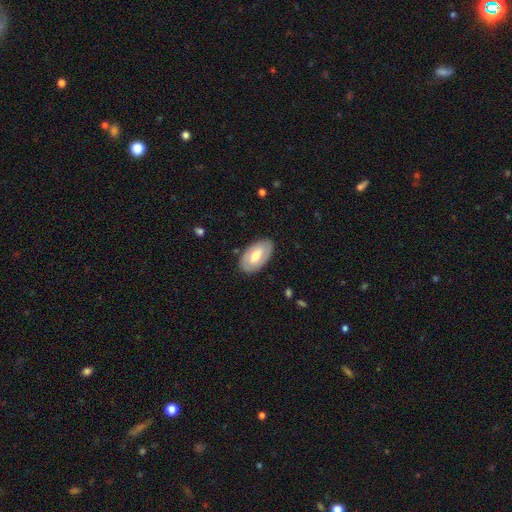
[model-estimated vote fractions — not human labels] Q: Smooth or featured?
A: smooth (55%); runner-up: featured or disk (39%)
Q: How rounded?
A: in between (94%); runner-up: round (4%)
Q: Merging?
A: none (85%); runner-up: minor disturbance (11%)